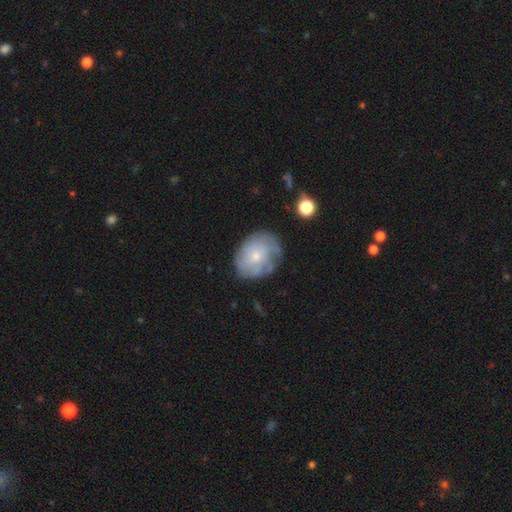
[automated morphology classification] smooth-or-featured: featured or disk: 51% | smooth: 41% | star or artifact: 8%
  disk-edge-on: no: 97% | yes: 3%
  merging: none: 63% | minor disturbance: 24% | major disturbance: 10% | merger: 2%